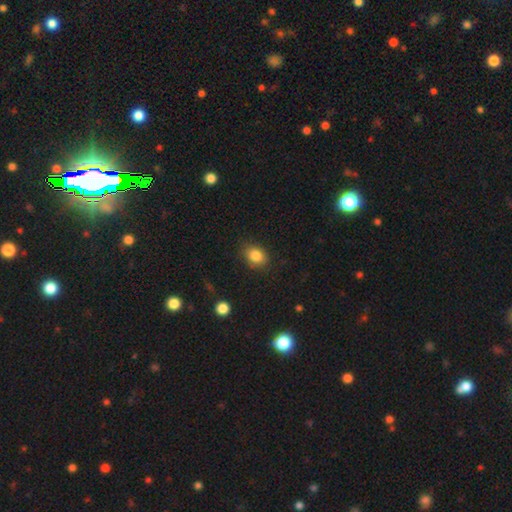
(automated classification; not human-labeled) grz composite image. It shows a smooth galaxy with no disk features (84%) that is in between round and cigar-shaped (57%). Merging: none (83%).